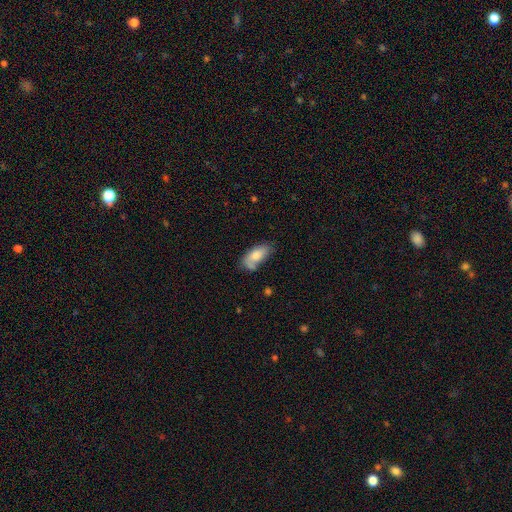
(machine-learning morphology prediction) Smooth or featured? Predicted: smooth (p=0.74). How rounded? Predicted: in between (p=0.89). Merging? Predicted: none (p=0.46).